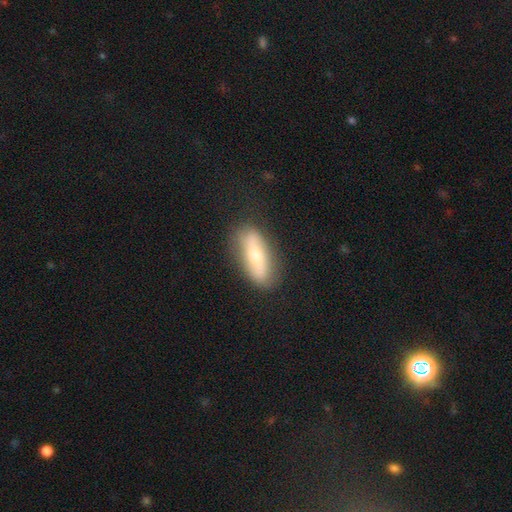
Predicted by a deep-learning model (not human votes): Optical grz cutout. It shows a smooth galaxy with no disk features (53%) that is in between round and cigar-shaped (65%). Merging: none (82%).